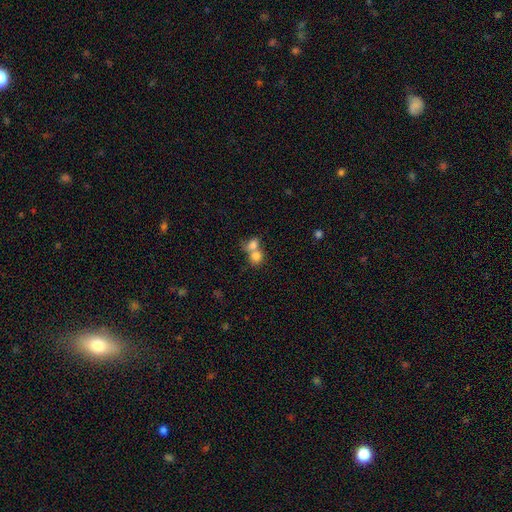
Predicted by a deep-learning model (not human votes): smooth_or_featured: smooth (p=0.78) [alt: featured or disk p=0.12]
how_rounded: round (p=0.71) [alt: in between p=0.27]
merging: merger (p=0.65) [alt: none p=0.26]